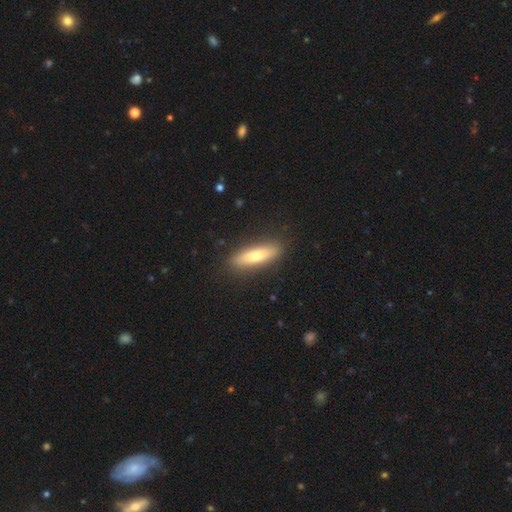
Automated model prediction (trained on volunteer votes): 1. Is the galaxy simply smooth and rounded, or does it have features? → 64% smooth, 28% featured or disk, 8% star or artifact.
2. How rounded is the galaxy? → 67% cigar-shaped, 31% in between, 2% round.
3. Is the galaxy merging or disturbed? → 87% none, 10% minor disturbance, 2% major disturbance, 1% merger.